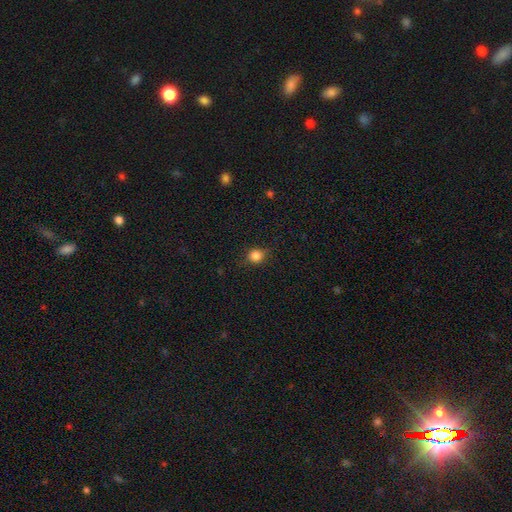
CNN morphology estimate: A smooth galaxy with no disk features (84%) that is round (84%).

Vote fractions:
- Smooth or featured? smooth: 84% / star or artifact: 12% / featured or disk: 5%
- How rounded? round: 84% / in between: 15% / cigar-shaped: 1%
- Merging? none: 84% / minor disturbance: 12% / major disturbance: 3% / merger: 1%